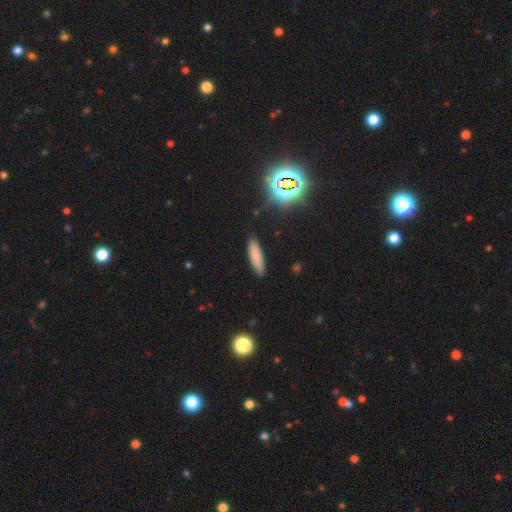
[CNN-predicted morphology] A smooth galaxy with no disk features (80%) that is cigar-shaped (62%). Merging: none (88%).